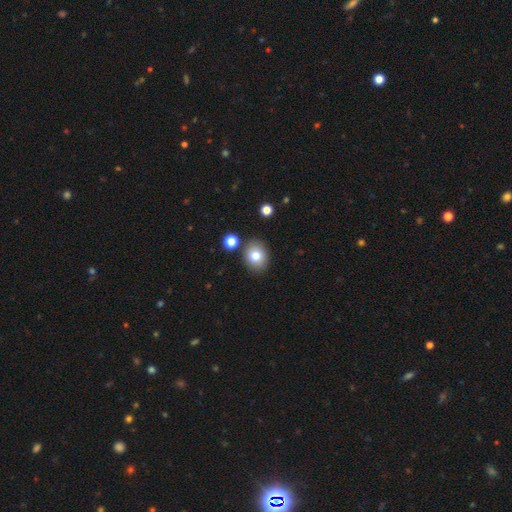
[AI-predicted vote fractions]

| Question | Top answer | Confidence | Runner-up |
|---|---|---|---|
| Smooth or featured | smooth | 79% | featured or disk (11%) |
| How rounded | round | 61% | in between (38%) |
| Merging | none | 83% | minor disturbance (9%) |